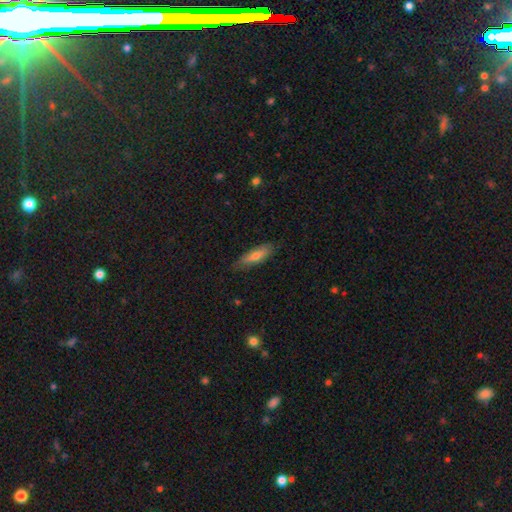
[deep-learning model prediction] A smooth galaxy with no disk features (65%) that is cigar-shaped (62%). Merging: none (83%).